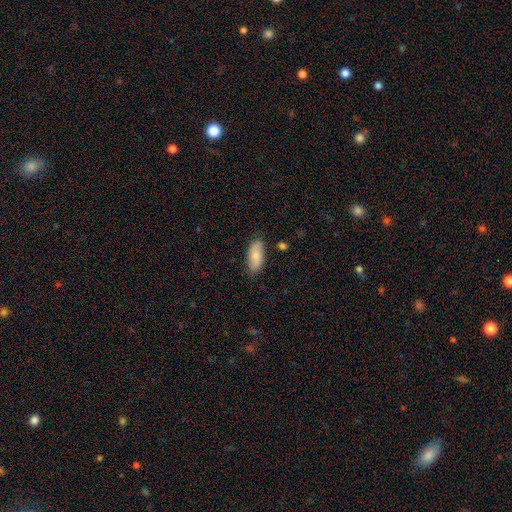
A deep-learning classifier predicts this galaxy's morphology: smooth-or-featured: smooth: 80% | featured or disk: 14% | star or artifact: 6%
  how-rounded: in between: 88% | cigar-shaped: 10% | round: 2%
  merging: none: 81% | minor disturbance: 15% | major disturbance: 3% | merger: 2%